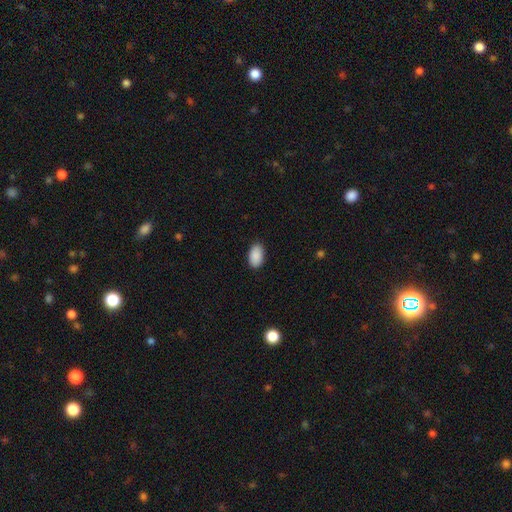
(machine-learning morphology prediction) A smooth galaxy with no disk features (91%) that is in between round and cigar-shaped (93%). Merging: none (89%).